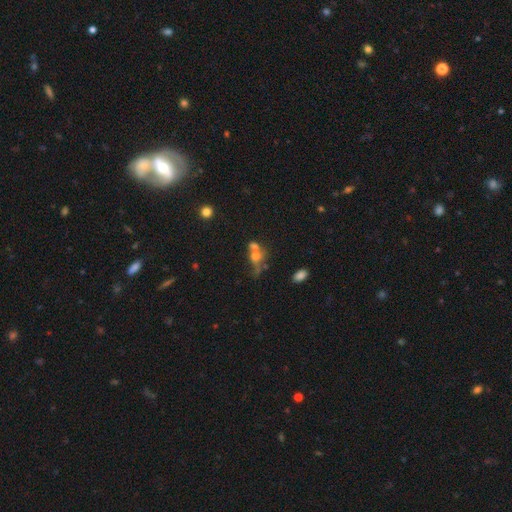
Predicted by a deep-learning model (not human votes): smooth-or-featured: smooth: 59% | featured or disk: 26% | star or artifact: 15%
  how-rounded: round: 50% | in between: 46% | cigar-shaped: 4%
  merging: merger: 56% | none: 23% | major disturbance: 11% | minor disturbance: 10%